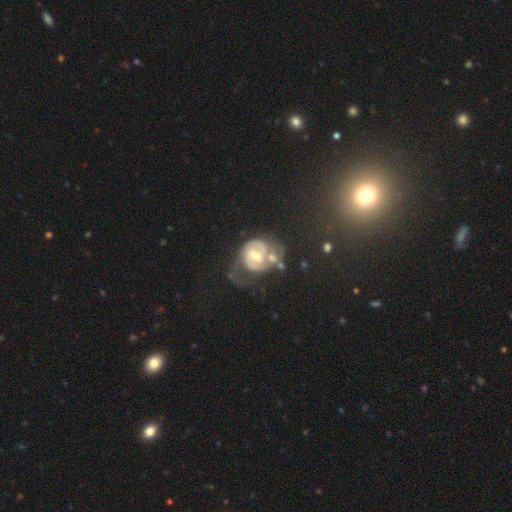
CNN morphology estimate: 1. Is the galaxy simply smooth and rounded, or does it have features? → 69% featured or disk, 23% smooth, 9% star or artifact.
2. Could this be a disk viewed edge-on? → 97% no, 3% yes.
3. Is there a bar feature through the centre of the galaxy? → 45% no, 43% weak, 11% strong.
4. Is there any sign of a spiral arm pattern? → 74% yes, 26% no.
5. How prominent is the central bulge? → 62% moderate, 25% small, 9% large, 3% none, 2% dominant.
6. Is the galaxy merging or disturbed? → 31% major disturbance, 25% none, 25% merger, 19% minor disturbance.